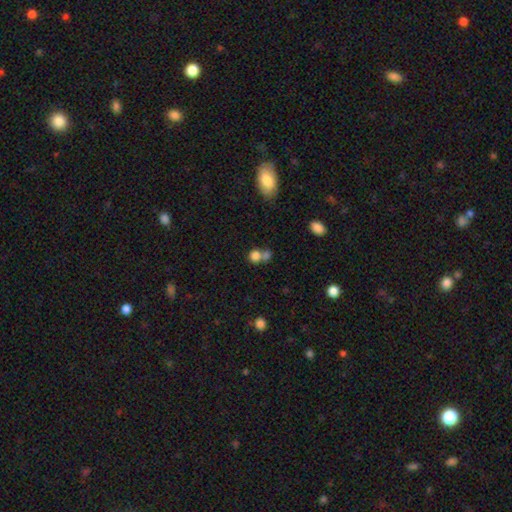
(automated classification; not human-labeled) Smooth or featured: smooth — 80% (star or artifact — 12%)
How rounded: round — 77% (in between — 22%)
Merging: merger — 50% (none — 38%)